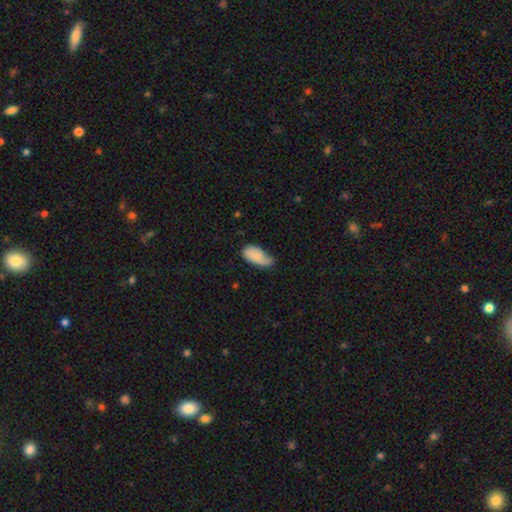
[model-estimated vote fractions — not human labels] This is likely a smooth galaxy (79%). How rounded: clearly in between (92%). Merging: marginally minor disturbance (45%).